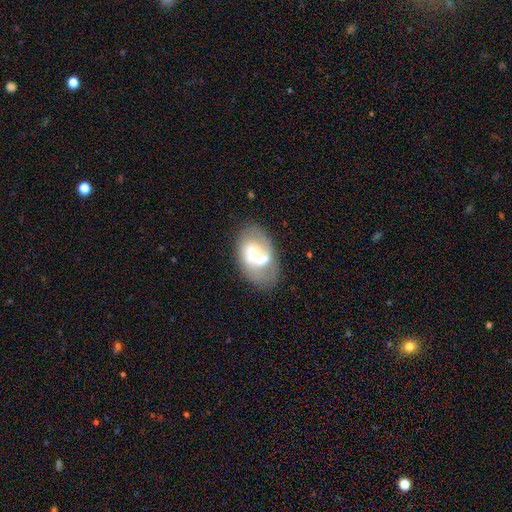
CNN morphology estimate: Smooth or featured: featured or disk — 59% (smooth — 33%)
Edge-on disk: no — 96% (yes — 4%)
Bar: no — 56% (weak — 32%)
Spiral arms: yes — 54% (no — 46%)
Bulge size: small — 48% (moderate — 38%)
Merging: none — 50% (minor disturbance — 21%)